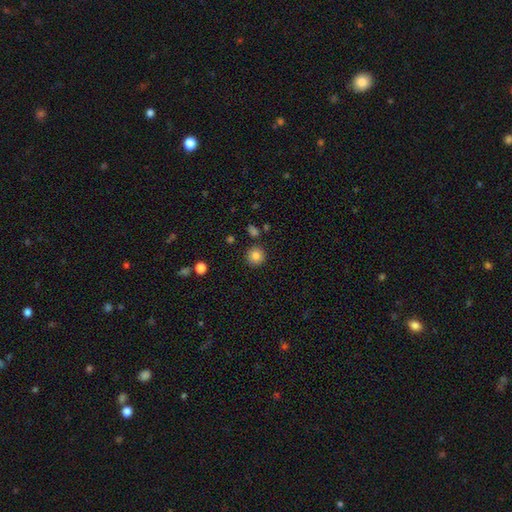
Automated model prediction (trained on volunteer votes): smooth_or_featured: smooth (p=0.83) [alt: star or artifact p=0.10]
how_rounded: round (p=0.94) [alt: in between p=0.05]
merging: none (p=0.89) [alt: minor disturbance p=0.06]